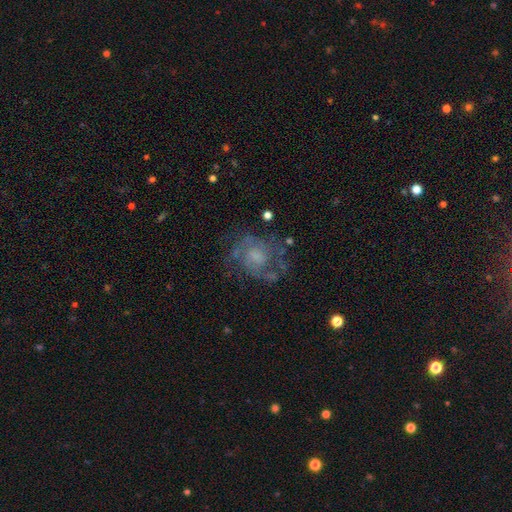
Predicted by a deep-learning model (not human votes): smooth_or_featured: featured or disk (p=0.66) [alt: smooth p=0.23]
disk_edge_on: no (p=0.97) [alt: yes p=0.03]
bar: no (p=0.73) [alt: weak p=0.23]
has_spiral_arms: yes (p=0.69) [alt: no p=0.31]
bulge_size: moderate (p=0.34) [alt: none p=0.28]
merging: none (p=0.59) [alt: minor disturbance p=0.20]